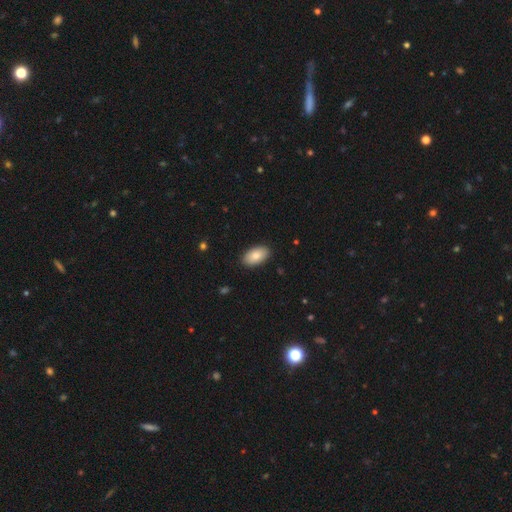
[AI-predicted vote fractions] Smooth or featured? Predicted: smooth (p=0.83). How rounded? Predicted: in between (p=0.95). Merging? Predicted: none (p=0.89).